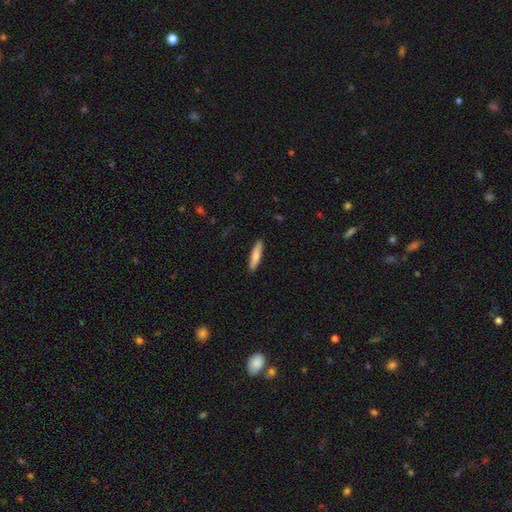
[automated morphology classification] Overall: smooth (79%). How rounded: cigar-shaped (82%). Merging: none (89%).